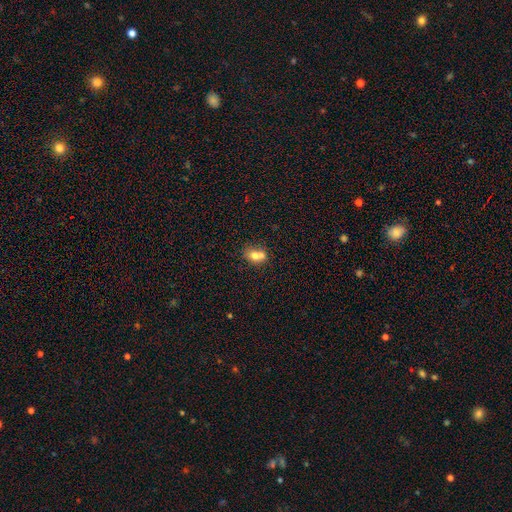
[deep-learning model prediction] smooth 71%, featured or disk 18%, star or artifact 10%. Down the decision tree: how rounded — in between (58%); merging — merger (46%).